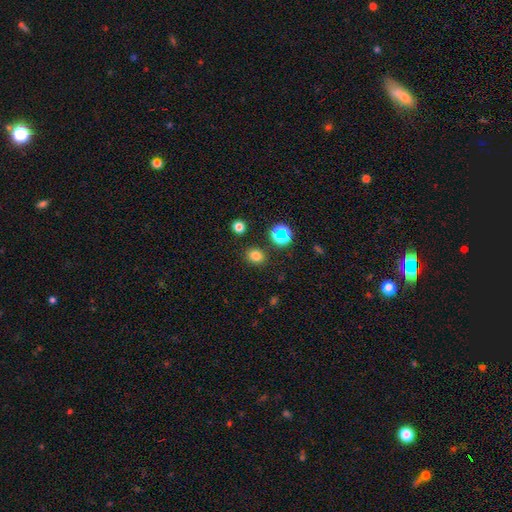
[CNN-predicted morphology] Smooth or featured: smooth — 78% (star or artifact — 17%)
How rounded: round — 59% (in between — 40%)
Merging: none — 85% (minor disturbance — 8%)